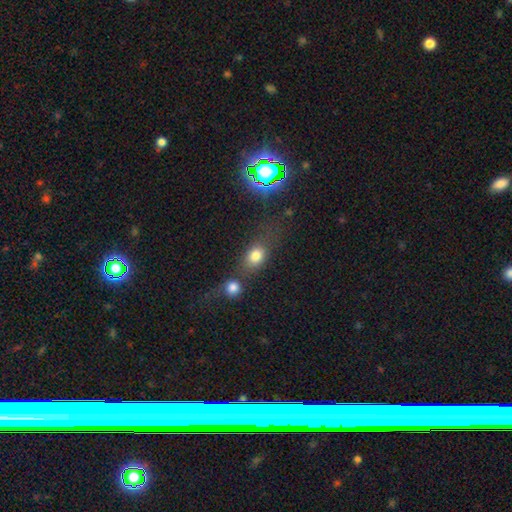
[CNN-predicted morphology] A smooth galaxy with no disk features (76%) that is in between round and cigar-shaped (56%). Merging: none (48%).